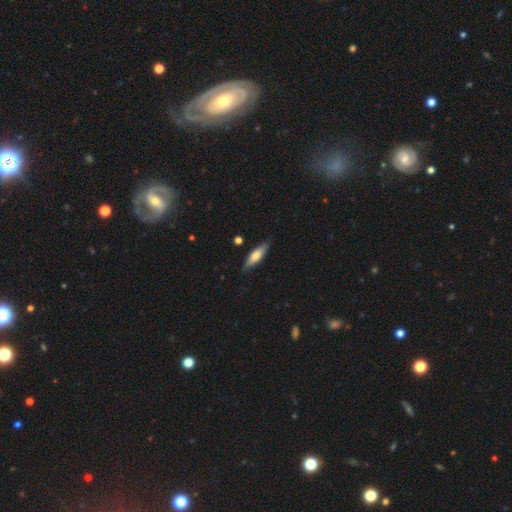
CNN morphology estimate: Q: Smooth or featured?
A: smooth (60%); runner-up: featured or disk (34%)
Q: How rounded?
A: cigar-shaped (63%); runner-up: in between (35%)
Q: Merging?
A: none (84%); runner-up: minor disturbance (12%)